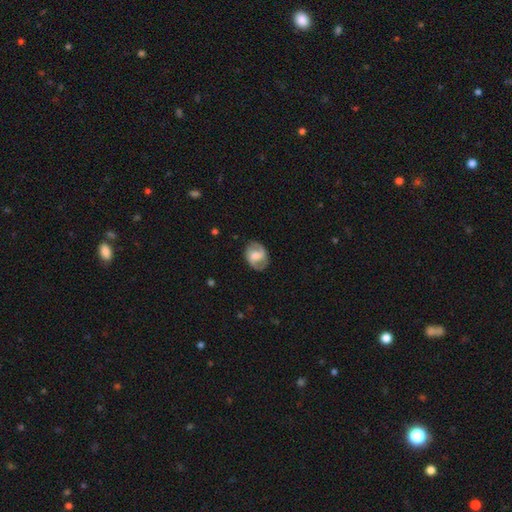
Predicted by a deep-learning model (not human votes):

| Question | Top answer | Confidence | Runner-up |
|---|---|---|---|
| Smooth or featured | featured or disk | 68% | smooth (25%) |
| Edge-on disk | no | 97% | yes (3%) |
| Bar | weak | 47% | no (27%) |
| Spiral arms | yes | 87% | no (13%) |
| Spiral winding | medium | 48% | loose (28%) |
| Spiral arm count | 2 | 89% | can't tell (6%) |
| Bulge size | moderate | 42% | large (24%) |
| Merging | none | 81% | minor disturbance (14%) |